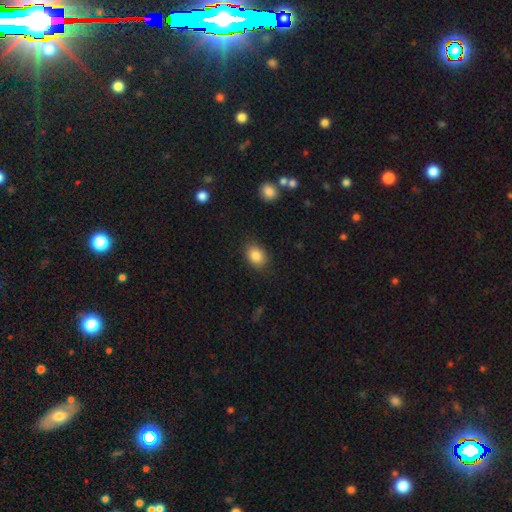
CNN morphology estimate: smooth_or_featured: smooth (p=0.86) [alt: star or artifact p=0.08]
how_rounded: in between (p=0.70) [alt: round p=0.29]
merging: none (p=0.84) [alt: minor disturbance p=0.12]